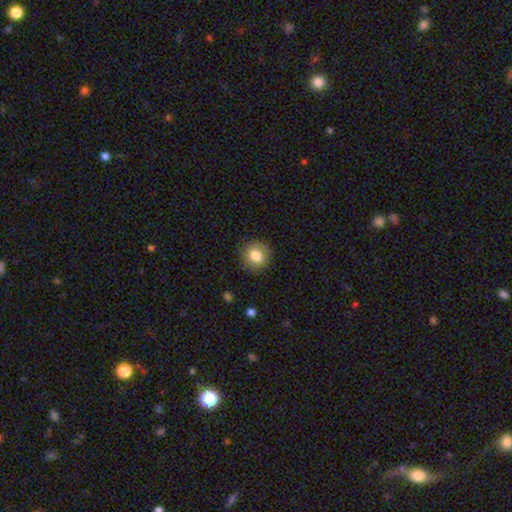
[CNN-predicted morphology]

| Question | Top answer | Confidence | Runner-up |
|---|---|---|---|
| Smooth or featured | smooth | 83% | star or artifact (9%) |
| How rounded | round | 85% | in between (15%) |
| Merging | none | 88% | minor disturbance (9%) |